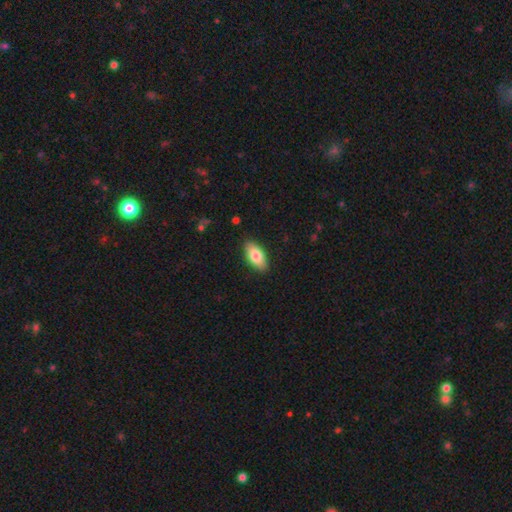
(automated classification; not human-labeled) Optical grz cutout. It shows a smooth galaxy with no disk features (80%) that is in between round and cigar-shaped (91%). Merging: none (88%).